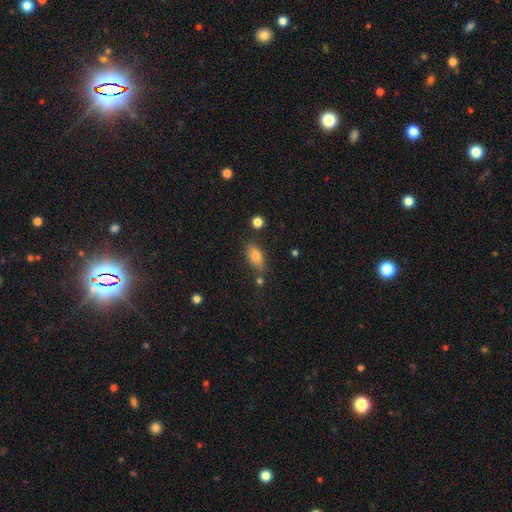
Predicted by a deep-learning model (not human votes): A smooth galaxy with no disk features (76%) that is in between round and cigar-shaped (84%). Merging: none (66%).